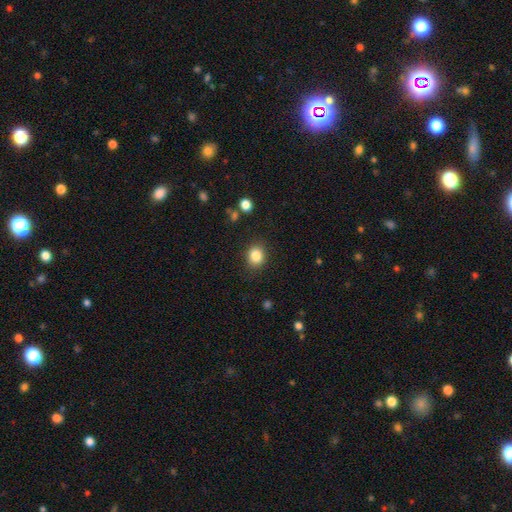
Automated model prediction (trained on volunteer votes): Smooth or featured?
  - smooth: 85% *
  - star or artifact: 10%
  - featured or disk: 5%
How rounded?
  - round: 63% *
  - in between: 36%
  - cigar-shaped: 1%
Merging?
  - none: 87% *
  - minor disturbance: 9%
  - major disturbance: 3%
  - merger: 1%